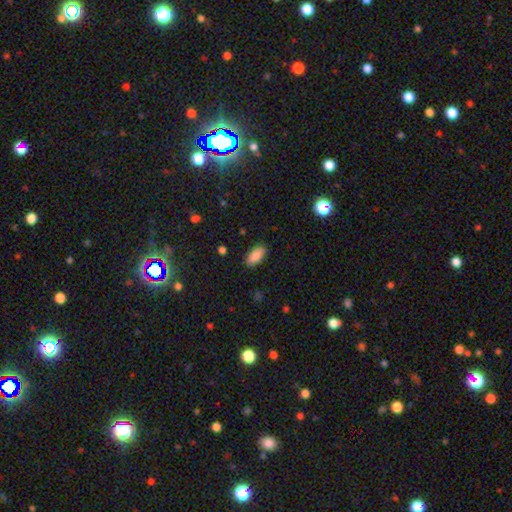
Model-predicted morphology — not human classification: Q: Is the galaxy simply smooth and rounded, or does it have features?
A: smooth — 86%.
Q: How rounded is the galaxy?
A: in between — 91%.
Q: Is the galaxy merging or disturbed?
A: none — 87%.